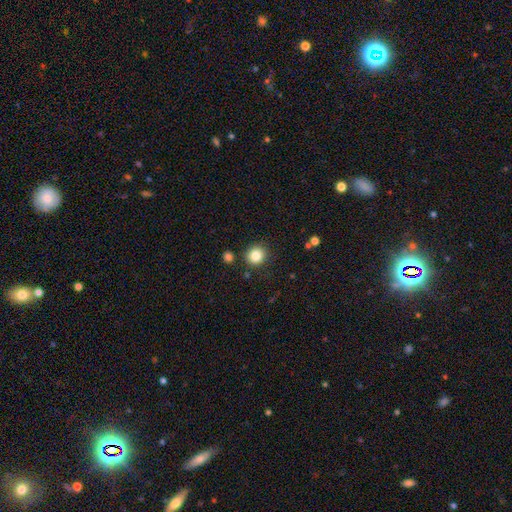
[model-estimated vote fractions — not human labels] smooth 85%, star or artifact 10%, featured or disk 5%. Down the decision tree: how rounded — round (89%); merging — none (86%).